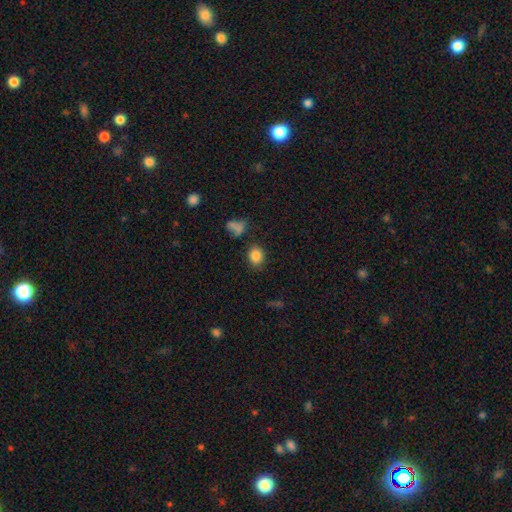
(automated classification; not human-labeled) Q: Smooth or featured?
A: smooth (85%); runner-up: star or artifact (10%)
Q: How rounded?
A: round (52%); runner-up: in between (47%)
Q: Merging?
A: none (82%); runner-up: minor disturbance (10%)